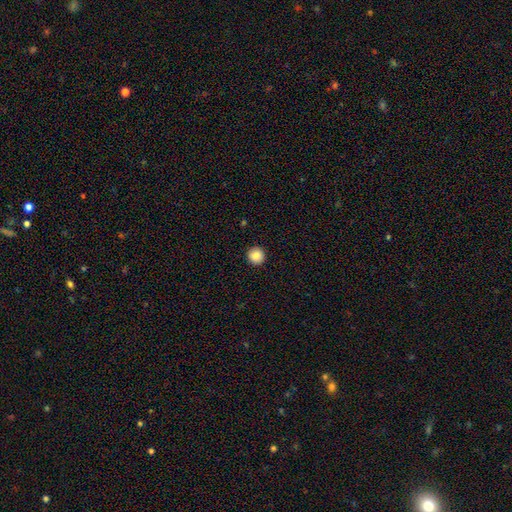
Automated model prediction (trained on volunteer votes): smooth_or_featured: smooth (p=0.86) [alt: star or artifact p=0.09]
how_rounded: round (p=0.96) [alt: in between p=0.03]
merging: none (p=0.94) [alt: minor disturbance p=0.04]